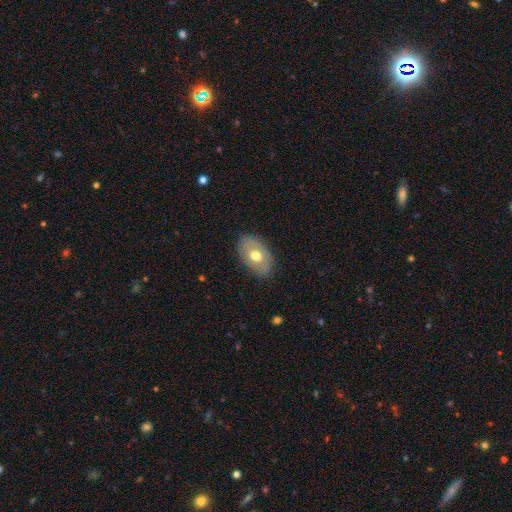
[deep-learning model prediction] Smooth or featured? smooth (57%)
How rounded? in between (87%)
Merging? none (82%)